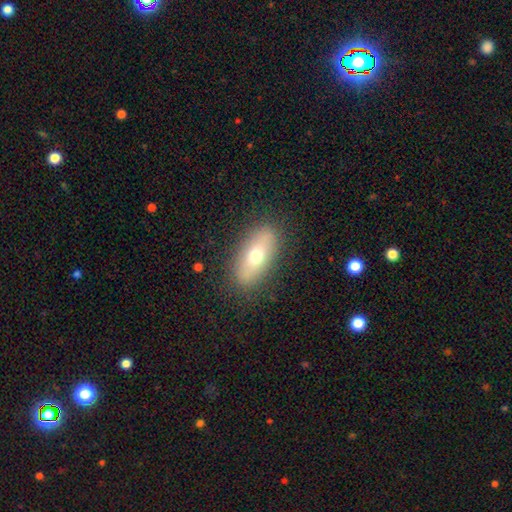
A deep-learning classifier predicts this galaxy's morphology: Overall: smooth (63%; featured or disk 30%). How rounded: in between (82%). Merging: none (87%).